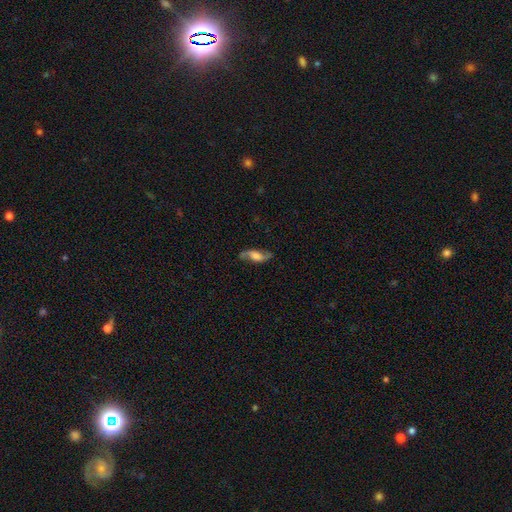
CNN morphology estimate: Overall: featured or disk (70%). Edge-on disk: no (85%). Bar: no (46%; weak 37%). Spiral arms: yes (92%). Spiral arm count: 2 (91%). Spiral winding: loose (72%). Bulge size: large (36%; moderate 23%). Merging: none (75%).